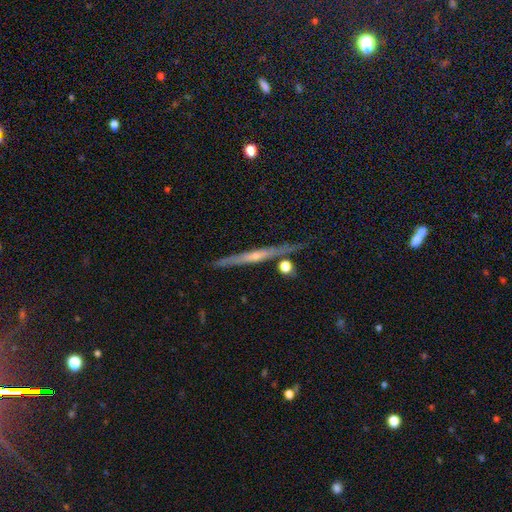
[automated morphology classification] type=featured or disk (67%); edge-on=yes (96%); edge-on bulge=rounded (50%); merging=none (83%).